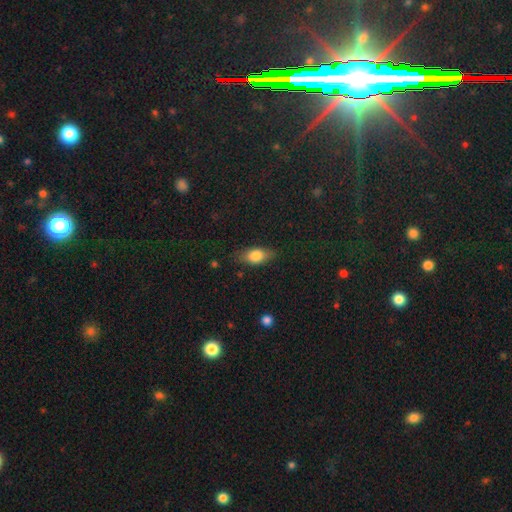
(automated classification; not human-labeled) smooth-or-featured: smooth: 79% | featured or disk: 14% | star or artifact: 8%
  how-rounded: in between: 83% | cigar-shaped: 11% | round: 6%
  merging: none: 78% | minor disturbance: 16% | major disturbance: 4% | merger: 1%